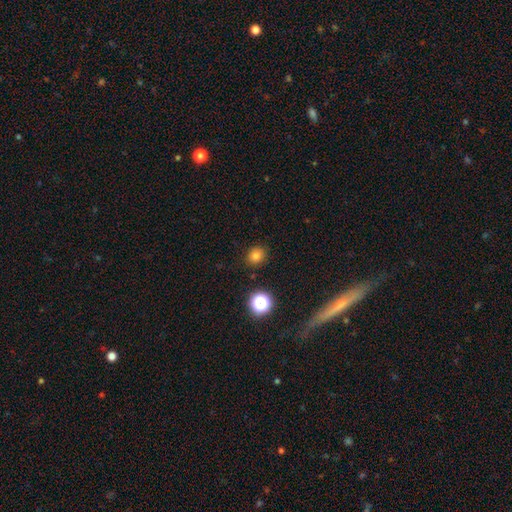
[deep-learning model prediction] Smooth or featured? smooth (79%)
How rounded? round (74%)
Merging? none (87%)